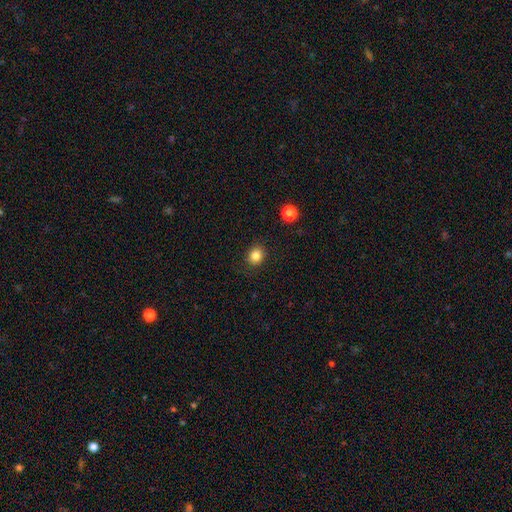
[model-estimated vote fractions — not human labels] Smooth or featured?
  - smooth: 84% *
  - star or artifact: 11%
  - featured or disk: 5%
How rounded?
  - round: 76% *
  - in between: 23%
  - cigar-shaped: 1%
Merging?
  - none: 88% *
  - minor disturbance: 8%
  - major disturbance: 2%
  - merger: 1%